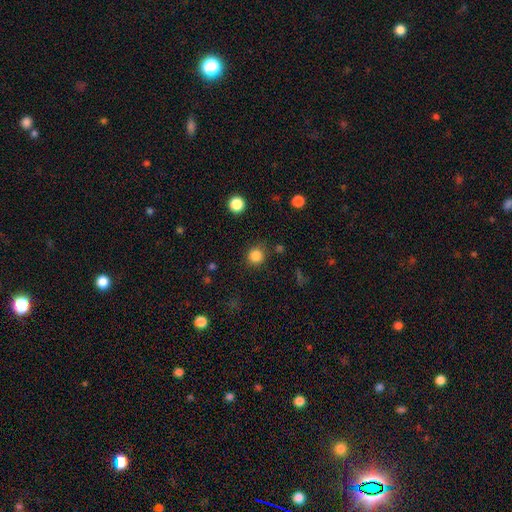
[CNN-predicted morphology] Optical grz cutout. It shows a smooth galaxy with no disk features (84%) that is round (93%). Merging: none (85%).